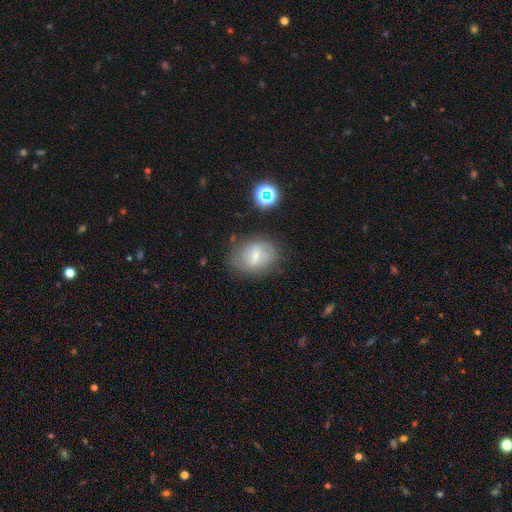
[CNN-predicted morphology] This is possibly a smooth galaxy (56%). How rounded: likely in between (62%). Merging: likely none (68%).